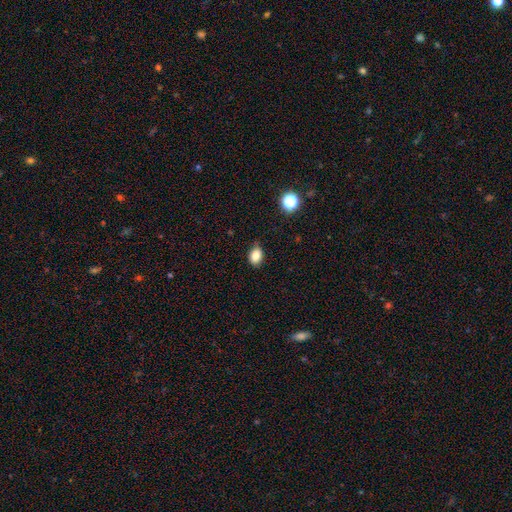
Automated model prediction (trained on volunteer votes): Morphology: type=smooth (83%); roundness=in between (71%); merging=none (78%).